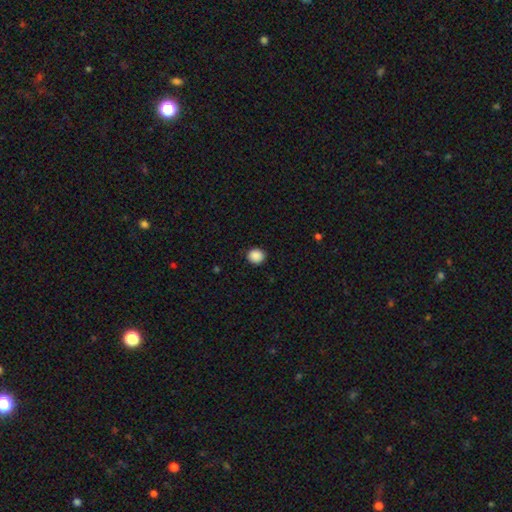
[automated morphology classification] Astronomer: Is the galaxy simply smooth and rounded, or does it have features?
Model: smooth — 89%.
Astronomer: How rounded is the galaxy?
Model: round — 82%.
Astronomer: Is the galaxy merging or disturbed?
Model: none — 91%.